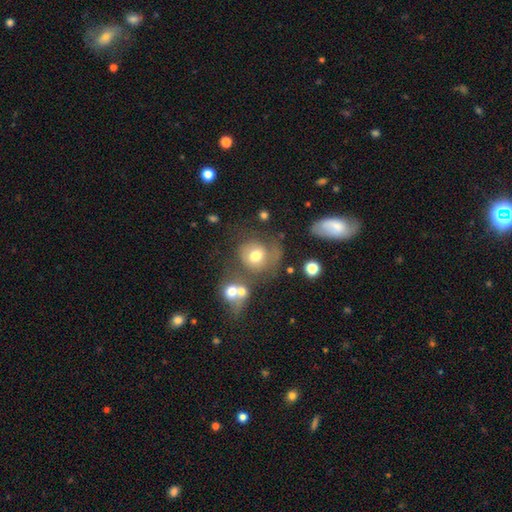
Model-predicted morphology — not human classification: smooth-or-featured: smooth: 58% | featured or disk: 29% | star or artifact: 12%
  how-rounded: round: 75% | in between: 24% | cigar-shaped: 1%
  merging: none: 35% | merger: 23% | major disturbance: 23% | minor disturbance: 19%